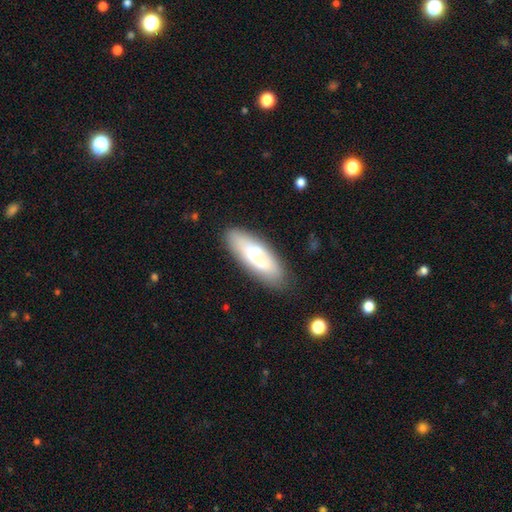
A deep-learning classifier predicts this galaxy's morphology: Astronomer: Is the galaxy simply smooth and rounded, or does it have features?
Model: smooth — 63%.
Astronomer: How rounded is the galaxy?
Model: in between — 57% (runner-up: cigar-shaped, 41%).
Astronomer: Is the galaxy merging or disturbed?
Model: none — 73%.